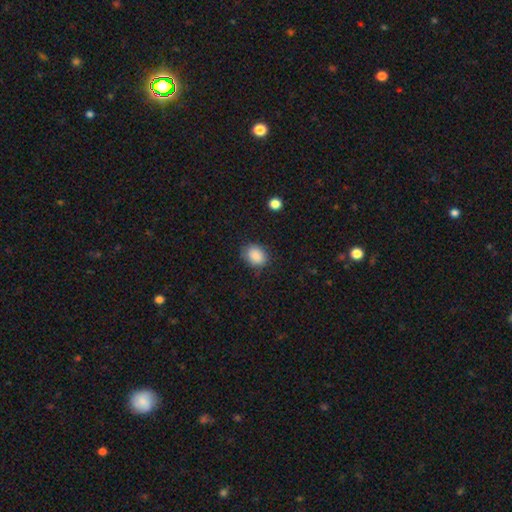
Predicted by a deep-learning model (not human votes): smooth_or_featured: smooth (p=0.88) [alt: star or artifact p=0.08]
how_rounded: in between (p=0.65) [alt: round p=0.34]
merging: none (p=0.81) [alt: minor disturbance p=0.14]